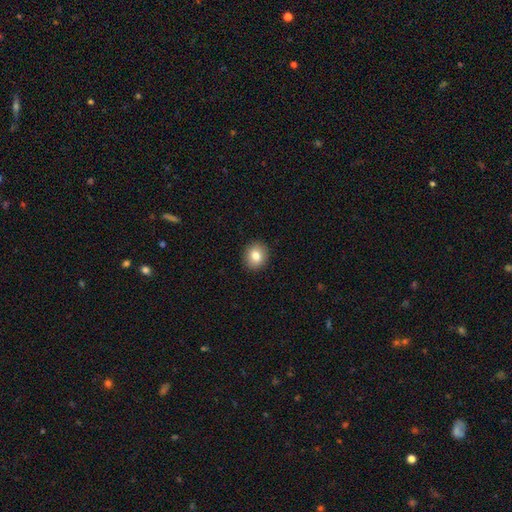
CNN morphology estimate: Smooth or featured: smooth — 81% (star or artifact — 9%)
How rounded: round — 74% (in between — 25%)
Merging: none — 91% (minor disturbance — 6%)